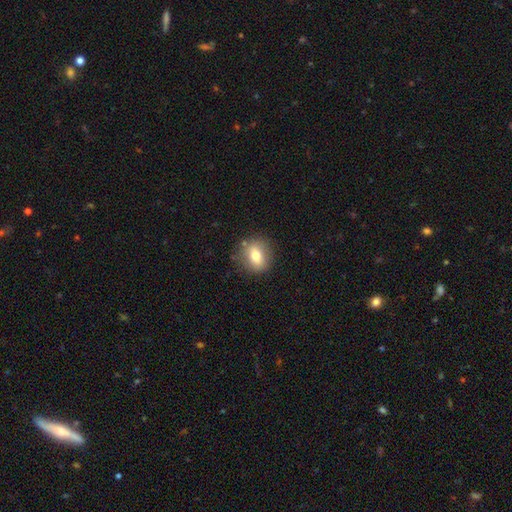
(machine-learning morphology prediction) smooth 70%, featured or disk 20%, star or artifact 9%. Down the decision tree: how rounded — round (66%); merging — none (84%).